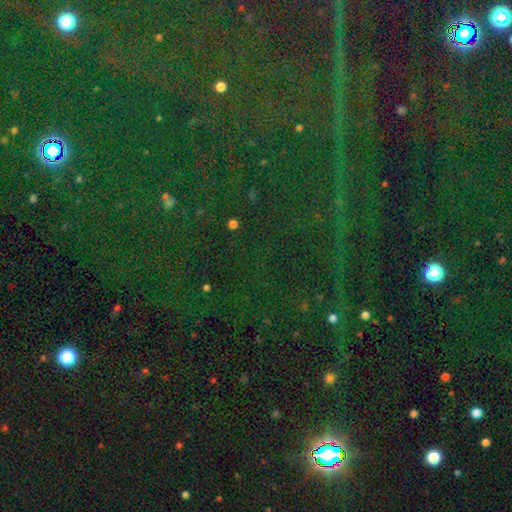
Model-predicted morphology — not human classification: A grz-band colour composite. It shows a star or artifact, not a galaxy (86%).